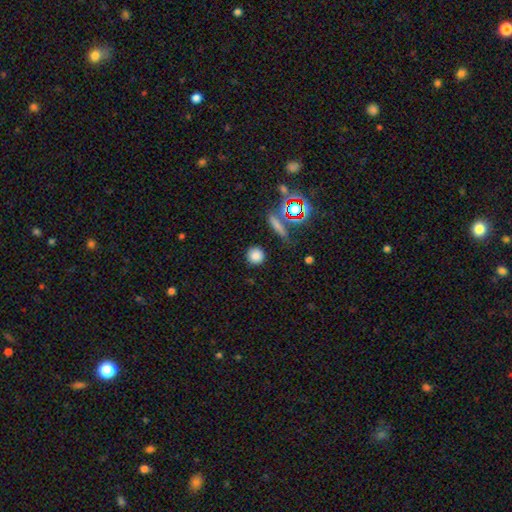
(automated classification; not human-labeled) Smooth or featured? Predicted: smooth (p=0.79). How rounded? Predicted: round (p=0.91). Merging? Predicted: none (p=0.87).